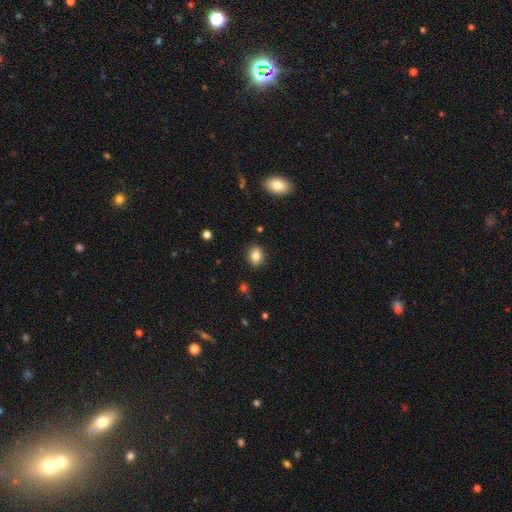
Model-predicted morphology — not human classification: A smooth galaxy with no disk features (83%) that is in between round and cigar-shaped (54%).

Vote fractions:
- Smooth or featured? smooth: 83% / star or artifact: 10% / featured or disk: 7%
- How rounded? in between: 54% / round: 45% / cigar-shaped: 1%
- Merging? none: 88% / minor disturbance: 8% / major disturbance: 2% / merger: 1%